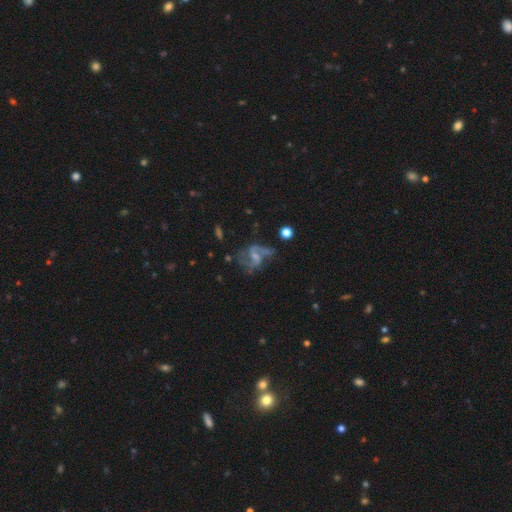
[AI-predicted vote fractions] This is likely a featured or disk galaxy (74%). It is clearly not viewed edge-on (97%). Bar: possibly weak (49%). Spiral arm pattern: clearly yes (83%). Spiral arm count: clearly 2 (80%). Spiral winding: possibly loose (56%). Central bulge: possibly small (45%). Merging: marginally none (43%).